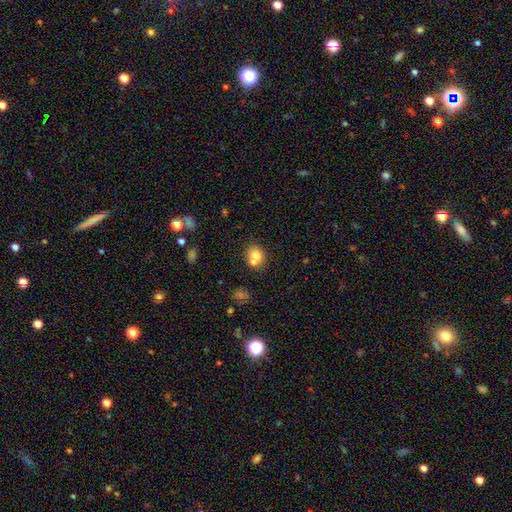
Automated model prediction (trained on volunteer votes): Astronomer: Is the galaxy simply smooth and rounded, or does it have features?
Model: smooth — 73%.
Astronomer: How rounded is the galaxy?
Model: round — 72%.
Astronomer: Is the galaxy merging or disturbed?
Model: none — 48% (runner-up: merger, 40%).